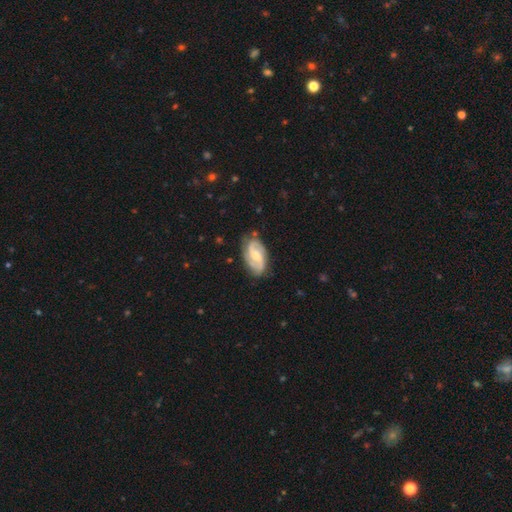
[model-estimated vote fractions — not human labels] A featured or disk galaxy (80%) with a weak bar (47%), 2 (82%) medium (49%) spiral arms (95%) and a moderate central bulge (47%).

Vote fractions:
- Smooth or featured? featured or disk: 80% / smooth: 15% / star or artifact: 5%
- Edge-on disk? no: 96% / yes: 4%
- Bar? weak: 47% / no: 40% / strong: 13%
- Spiral arms? yes: 95% / no: 5%
- Spiral winding? medium: 49% / tight: 29% / loose: 22%
- Spiral arm count? 2: 82% / can't tell: 7% / 3: 6% / 1: 2% / 4: 1% / more than 4: 1%
- Bulge size? moderate: 47% / small: 44% / none: 4% / large: 3% / dominant: 1%
- Merging? none: 77% / minor disturbance: 17% / major disturbance: 4% / merger: 2%